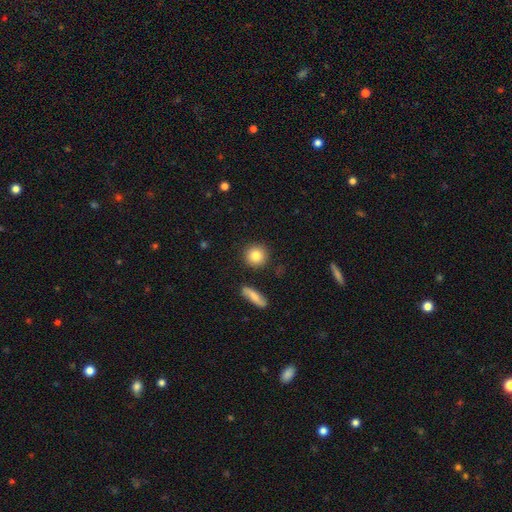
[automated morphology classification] A smooth galaxy with no disk features (84%) that is round (91%). Merging: none (89%).